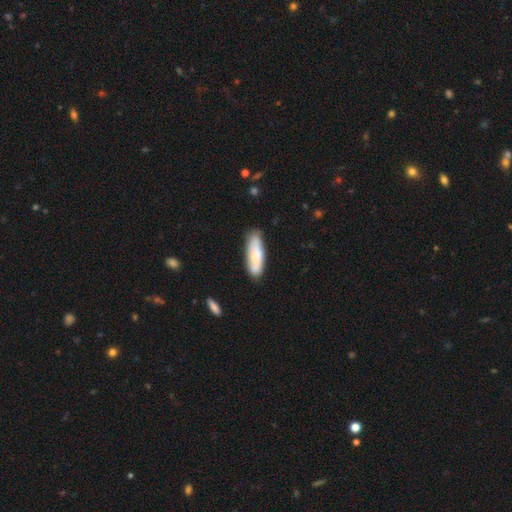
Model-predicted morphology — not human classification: Smooth or featured: smooth — 75% (featured or disk — 20%)
How rounded: in between — 51% (cigar-shaped — 47%)
Merging: none — 77% (minor disturbance — 18%)